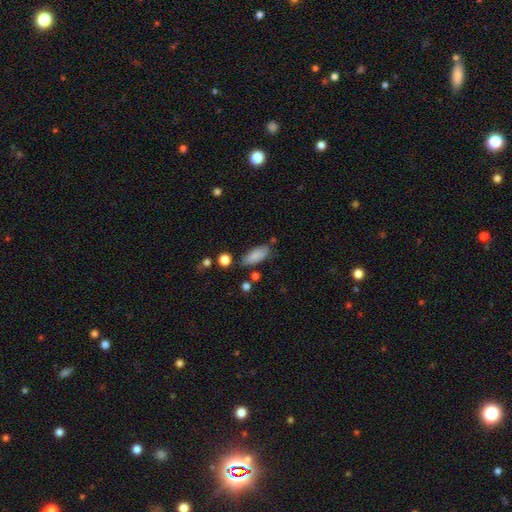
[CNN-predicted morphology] Smooth or featured?
  - smooth: 85% *
  - featured or disk: 8%
  - star or artifact: 7%
How rounded?
  - in between: 78% *
  - cigar-shaped: 20%
  - round: 2%
Merging?
  - none: 75% *
  - minor disturbance: 17%
  - merger: 5%
  - major disturbance: 4%